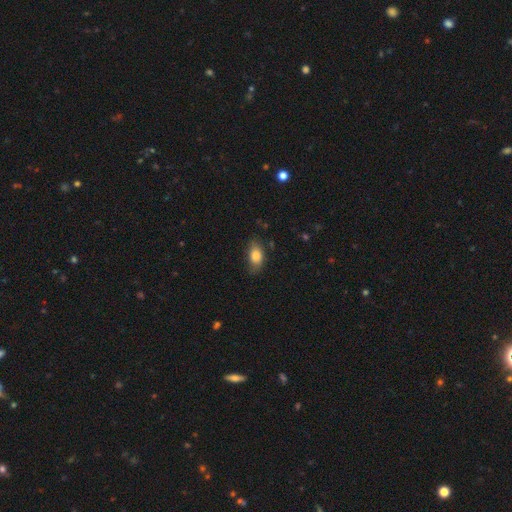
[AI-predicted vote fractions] The model was most divided on "merging": none: 70%, minor disturbance: 23%, major disturbance: 6%, merger: 1%. More confident: how rounded — in between (89%); smooth or featured — smooth (84%).